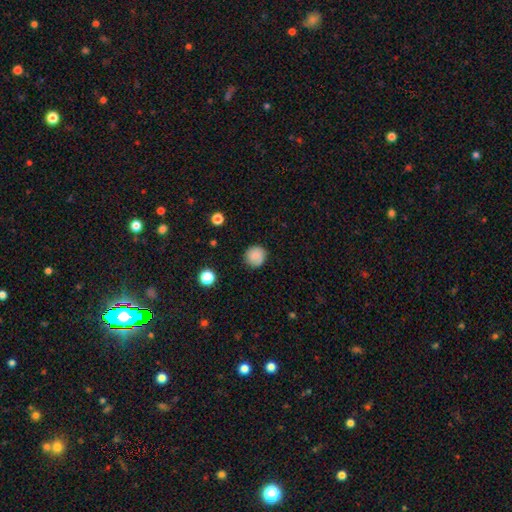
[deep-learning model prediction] The model was most divided on "smooth or featured": smooth: 85%, star or artifact: 9%, featured or disk: 6%. More confident: how rounded — round (94%); merging — none (87%).